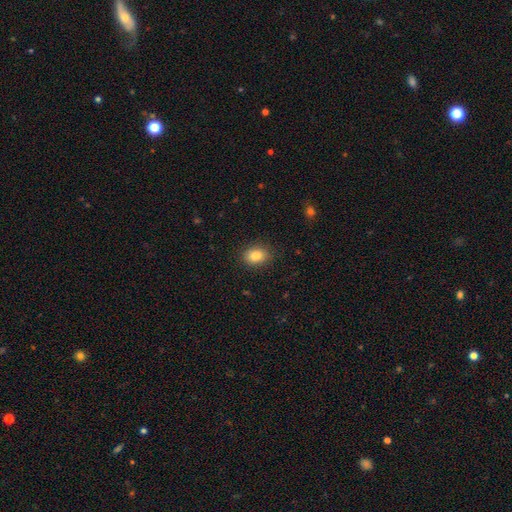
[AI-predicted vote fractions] A smooth galaxy with no disk features (84%) that is in between round and cigar-shaped (64%). Merging: none (88%).